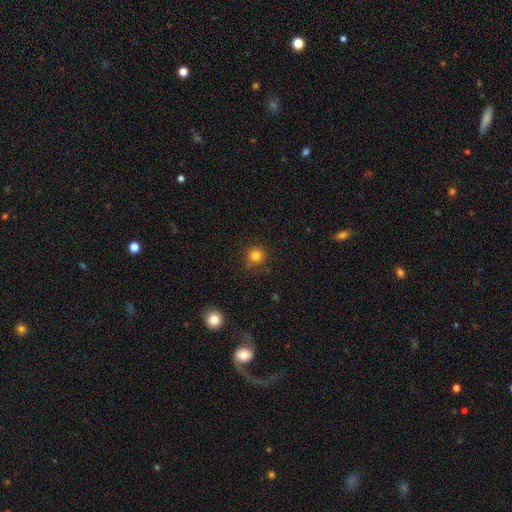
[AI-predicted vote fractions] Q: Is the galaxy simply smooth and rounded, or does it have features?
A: smooth — 82%.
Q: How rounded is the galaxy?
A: round — 93%.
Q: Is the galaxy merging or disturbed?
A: none — 86%.